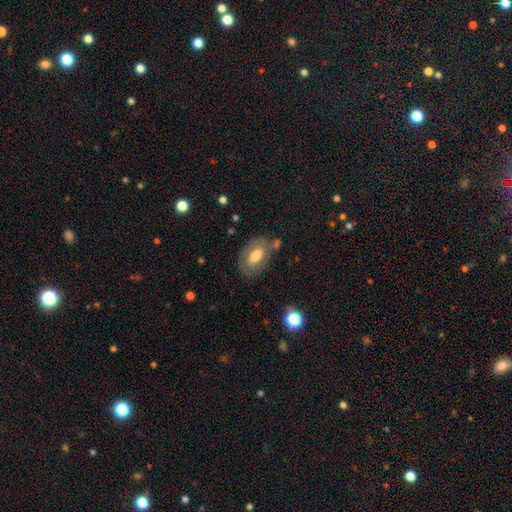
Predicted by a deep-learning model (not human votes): A smooth galaxy with no disk features (58%) that is in between round and cigar-shaped (89%). Merging: none (68%).